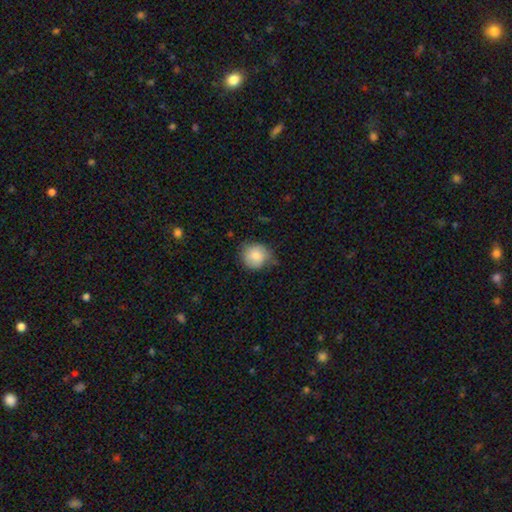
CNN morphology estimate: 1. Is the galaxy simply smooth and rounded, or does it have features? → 81% smooth, 12% featured or disk, 7% star or artifact.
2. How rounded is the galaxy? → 86% round, 13% in between, 1% cigar-shaped.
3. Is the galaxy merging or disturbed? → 65% none, 28% minor disturbance, 6% major disturbance, 2% merger.